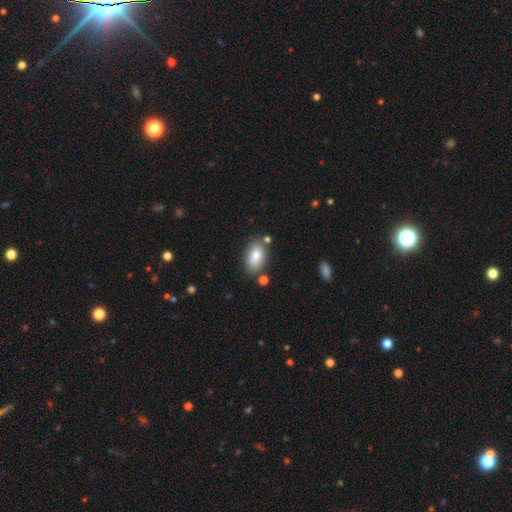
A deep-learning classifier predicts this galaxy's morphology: Smooth or featured?
  - smooth: 81% *
  - featured or disk: 12%
  - star or artifact: 8%
How rounded?
  - in between: 92% *
  - round: 6%
  - cigar-shaped: 3%
Merging?
  - none: 77% *
  - minor disturbance: 13%
  - merger: 7%
  - major disturbance: 3%